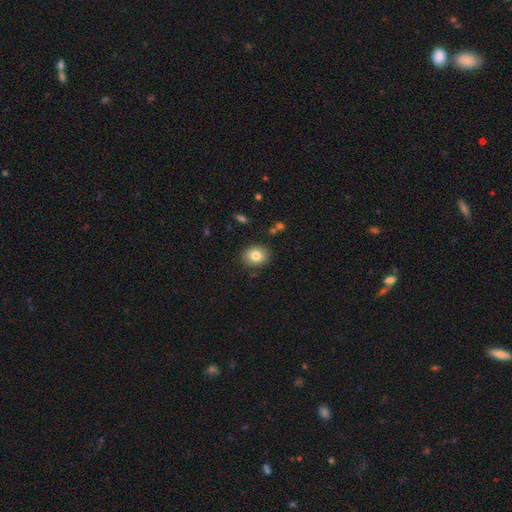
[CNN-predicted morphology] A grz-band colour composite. It shows a smooth galaxy with no disk features (81%) that is round (54%). Merging: none (86%).